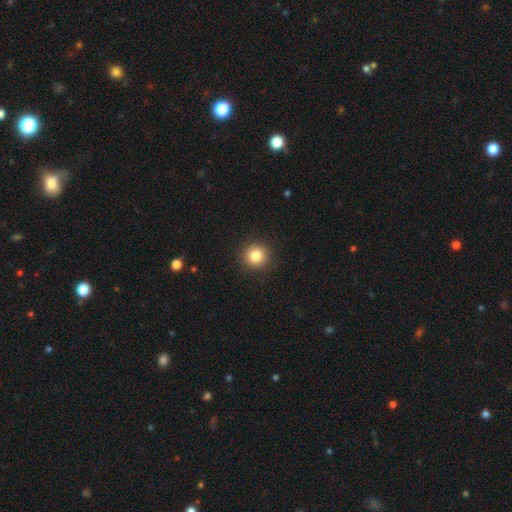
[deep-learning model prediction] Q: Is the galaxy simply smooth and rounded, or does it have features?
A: smooth — 84%.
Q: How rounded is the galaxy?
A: round — 94%.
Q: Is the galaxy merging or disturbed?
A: none — 92%.